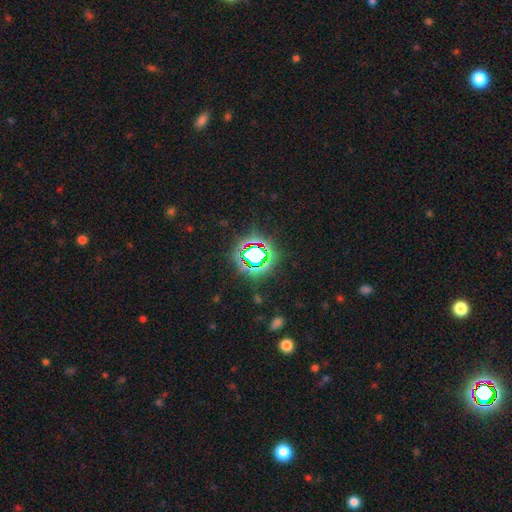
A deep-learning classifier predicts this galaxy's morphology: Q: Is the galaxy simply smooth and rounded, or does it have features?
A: star or artifact — 71%.